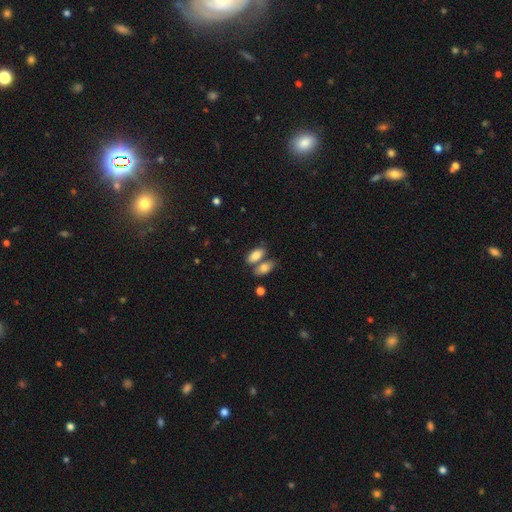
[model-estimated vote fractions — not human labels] Smooth or featured? smooth (83%)
How rounded? in between (89%)
Merging? none (48%)